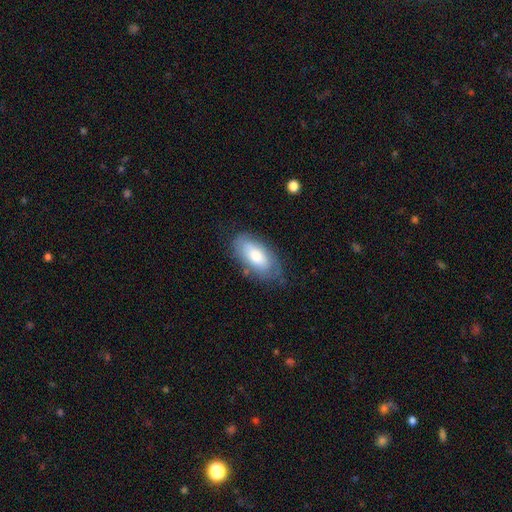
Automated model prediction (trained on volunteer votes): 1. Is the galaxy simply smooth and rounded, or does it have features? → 65% smooth, 28% featured or disk, 7% star or artifact.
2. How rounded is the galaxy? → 92% in between, 6% cigar-shaped, 3% round.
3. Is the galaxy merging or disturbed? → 69% none, 23% minor disturbance, 6% major disturbance, 2% merger.